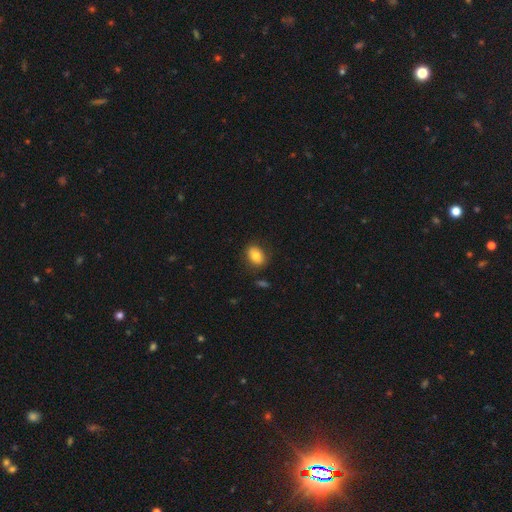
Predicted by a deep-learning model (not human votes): Smooth or featured? Predicted: smooth (p=0.80). How rounded? Predicted: in between (p=0.74). Merging? Predicted: none (p=0.83).